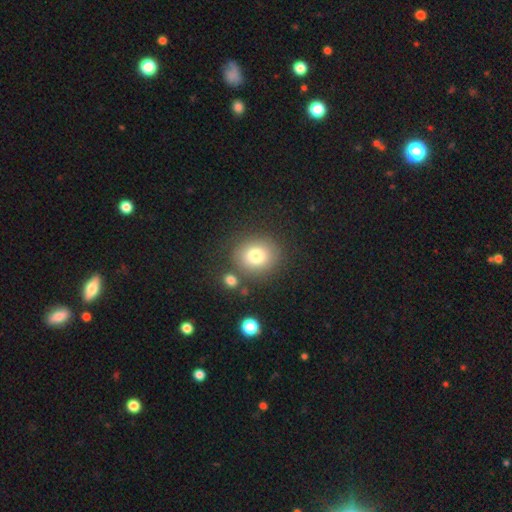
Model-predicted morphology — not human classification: A smooth galaxy with no disk features (78%) that is round (79%).

Vote fractions:
- Smooth or featured? smooth: 78% / star or artifact: 12% / featured or disk: 10%
- How rounded? round: 79% / in between: 20% / cigar-shaped: 1%
- Merging? none: 78% / minor disturbance: 10% / merger: 7% / major disturbance: 4%